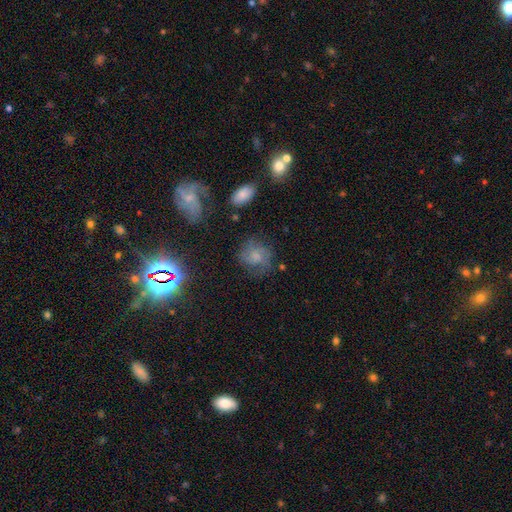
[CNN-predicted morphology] type=smooth (50%); roundness=round (71%); merging=none (61%).